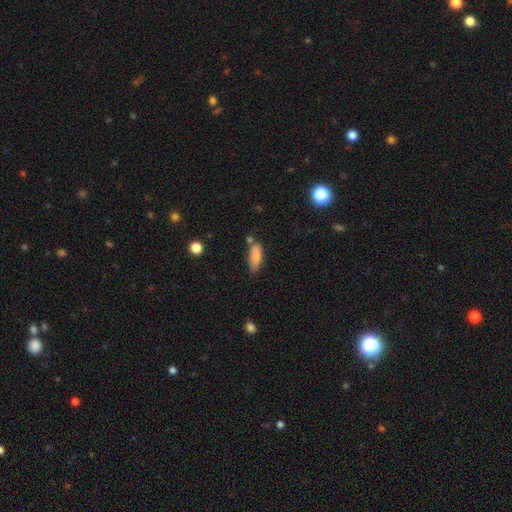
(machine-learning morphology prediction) smooth-or-featured: smooth: 83% | featured or disk: 9% | star or artifact: 7%
  how-rounded: in between: 74% | cigar-shaped: 24% | round: 2%
  merging: none: 58% | minor disturbance: 24% | merger: 12% | major disturbance: 5%